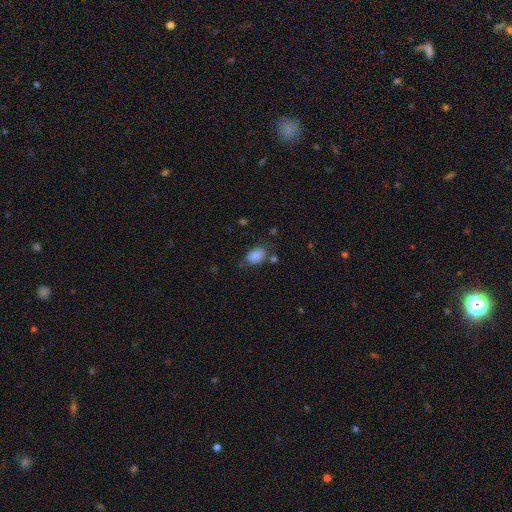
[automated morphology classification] Smooth or featured? Predicted: smooth (p=0.86). How rounded? Predicted: in between (p=0.84). Merging? Predicted: none (p=0.69).